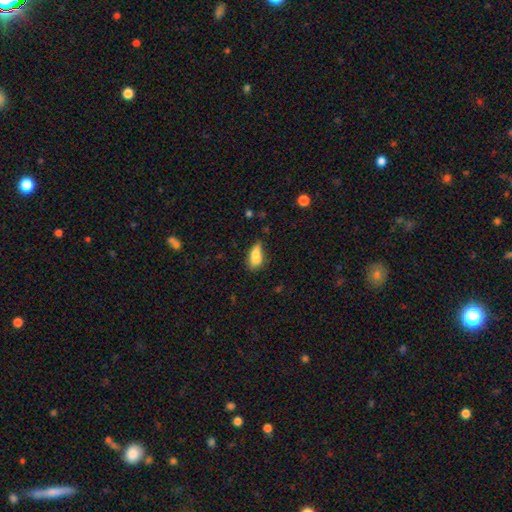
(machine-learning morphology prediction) This is likely a smooth galaxy (77%). How rounded: likely in between (79%). Merging: marginally none (42%).